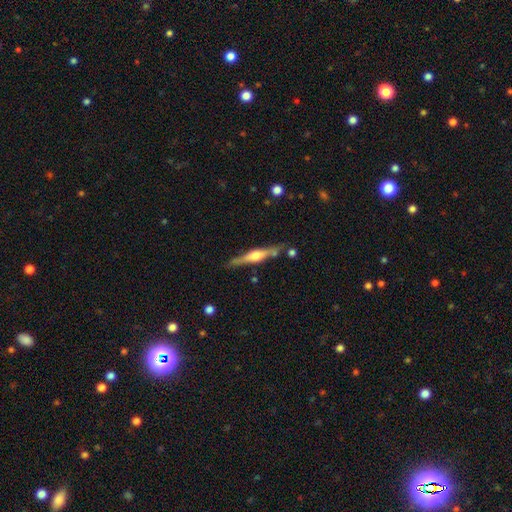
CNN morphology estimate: A featured or disk galaxy (73%) viewed edge-on (96%) with a rounded central bulge (89%).

Vote fractions:
- Smooth or featured? featured or disk: 73% / smooth: 22% / star or artifact: 5%
- Edge-on disk? yes: 96% / no: 4%
- Edge-on bulge? rounded: 89% / boxy: 8% / none: 3%
- Merging? none: 80% / minor disturbance: 12% / merger: 5% / major disturbance: 3%